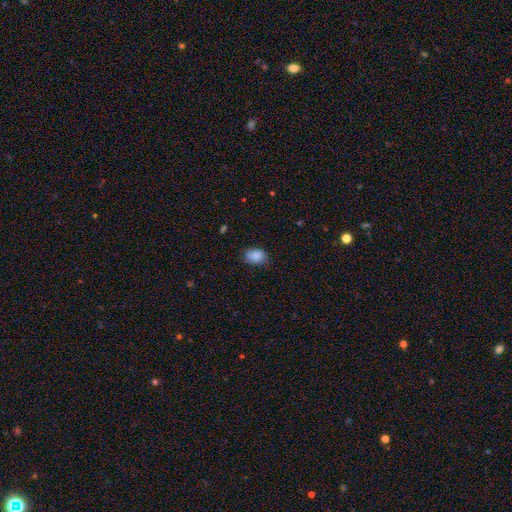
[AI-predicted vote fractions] A smooth galaxy with no disk features (88%) that is in between round and cigar-shaped (76%). Merging: none (78%).